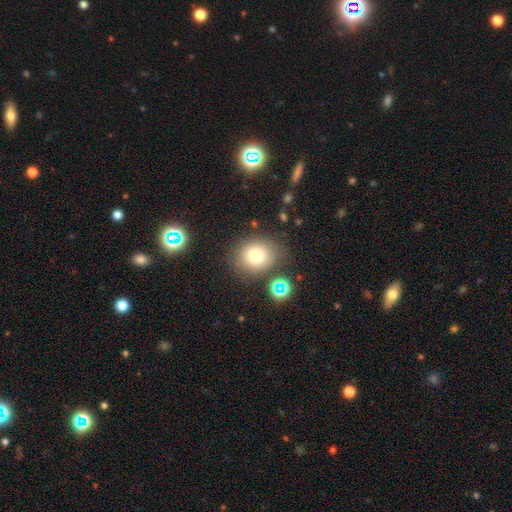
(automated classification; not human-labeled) This is likely a smooth galaxy (78%). How rounded: likely round (61%). Merging: likely none (75%).